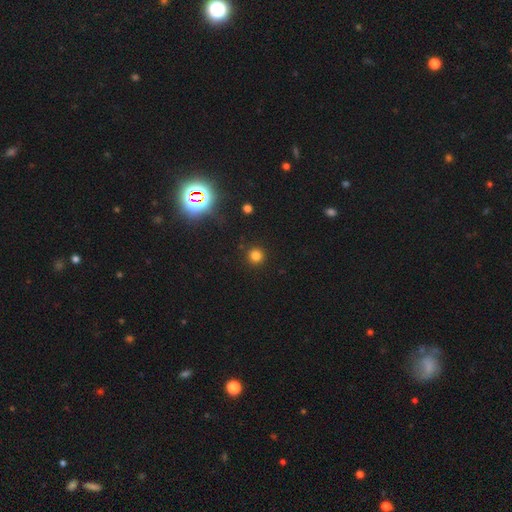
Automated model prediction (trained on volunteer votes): Q: Smooth or featured?
A: smooth (79%); runner-up: star or artifact (17%)
Q: How rounded?
A: round (95%); runner-up: in between (4%)
Q: Merging?
A: none (91%); runner-up: minor disturbance (5%)